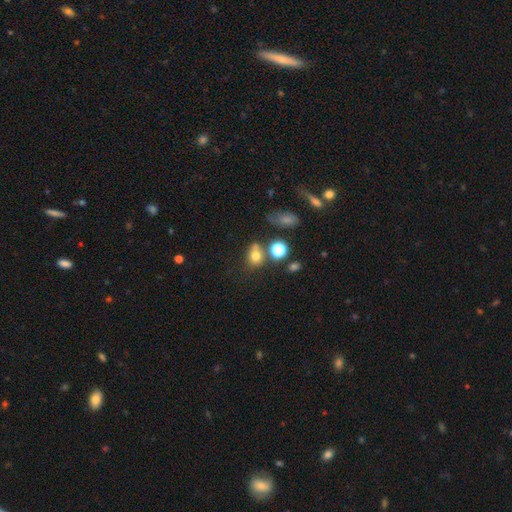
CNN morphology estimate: The model was most divided on "how rounded": round: 58%, in between: 40%, cigar-shaped: 2%. More confident: smooth or featured — smooth (74%); merging — none (53%).